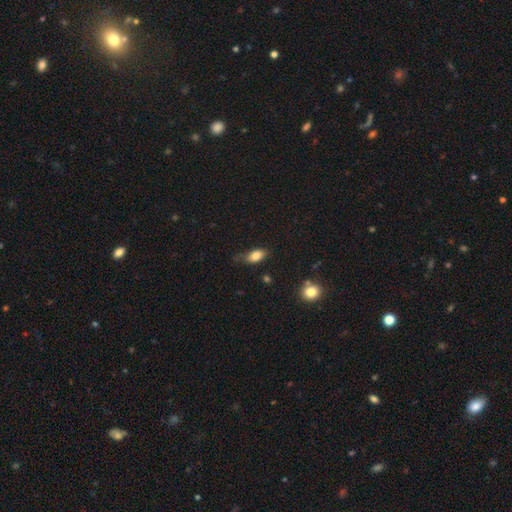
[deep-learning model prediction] The model was most divided on "merging": none: 62%, minor disturbance: 28%, major disturbance: 7%, merger: 3%. More confident: how rounded — in between (88%); smooth or featured — smooth (83%).